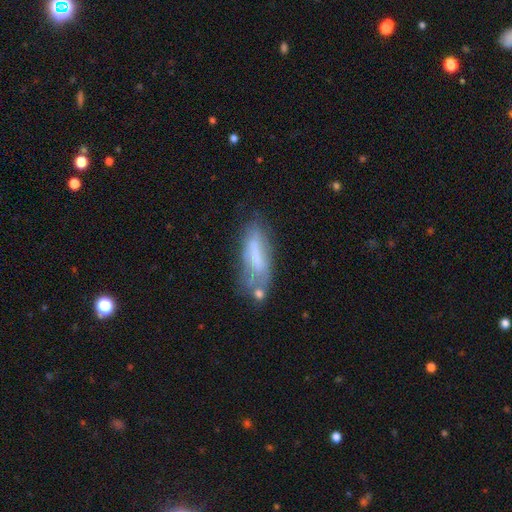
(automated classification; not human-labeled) A smooth galaxy with no disk features (54%) that is in between round and cigar-shaped (52%). Merging: none (50%).